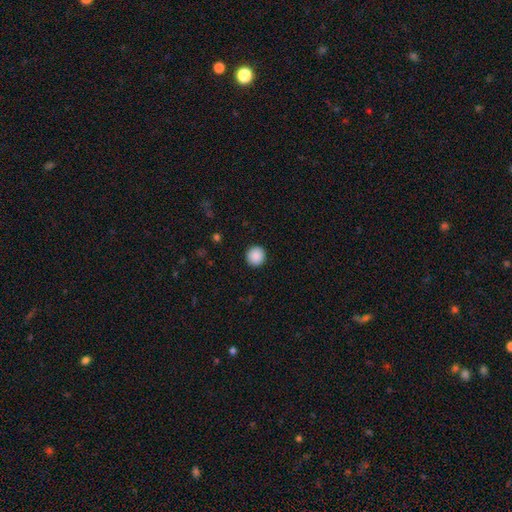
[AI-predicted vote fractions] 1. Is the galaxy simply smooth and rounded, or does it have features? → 90% smooth, 8% star or artifact, 2% featured or disk.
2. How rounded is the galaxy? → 95% round, 4% in between, 1% cigar-shaped.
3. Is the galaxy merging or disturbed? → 93% none, 4% minor disturbance, 2% major disturbance, 1% merger.